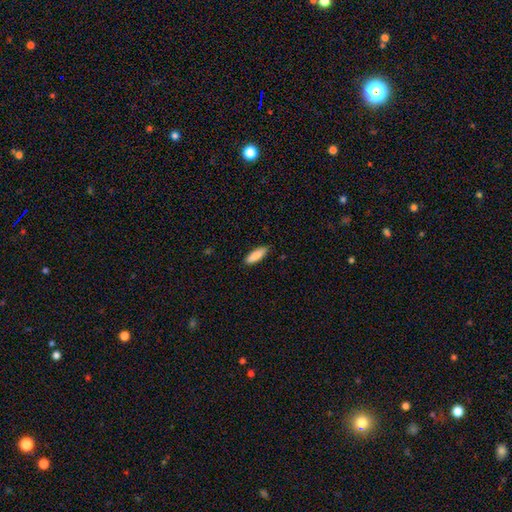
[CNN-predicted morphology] Smooth or featured?
  - smooth: 88% *
  - featured or disk: 7%
  - star or artifact: 6%
How rounded?
  - in between: 57% *
  - cigar-shaped: 42%
  - round: 2%
Merging?
  - none: 86% *
  - minor disturbance: 11%
  - major disturbance: 2%
  - merger: 1%